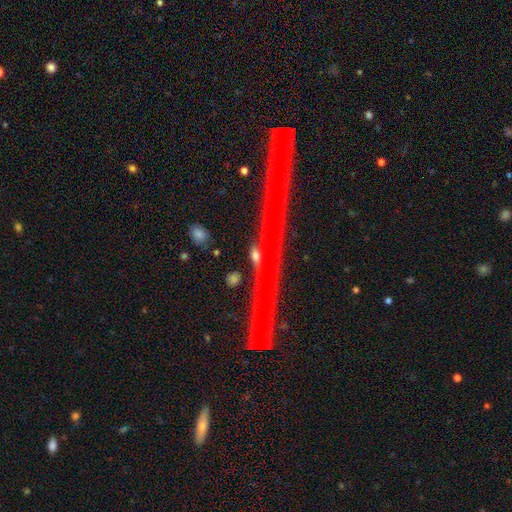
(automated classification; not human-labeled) Morphology: type=star or artifact (59%).